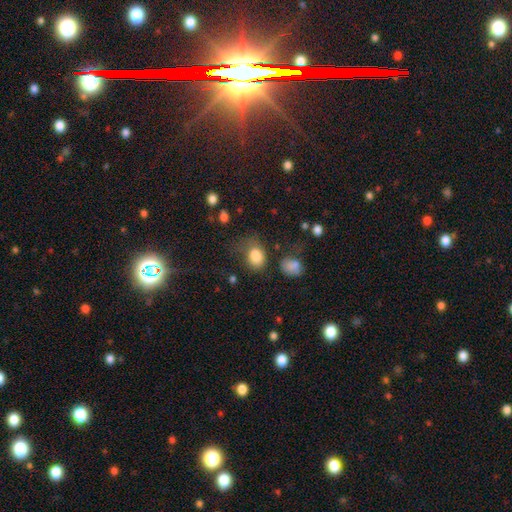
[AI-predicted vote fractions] Morphology: type=smooth (83%); roundness=in between (63%); merging=none (45%).